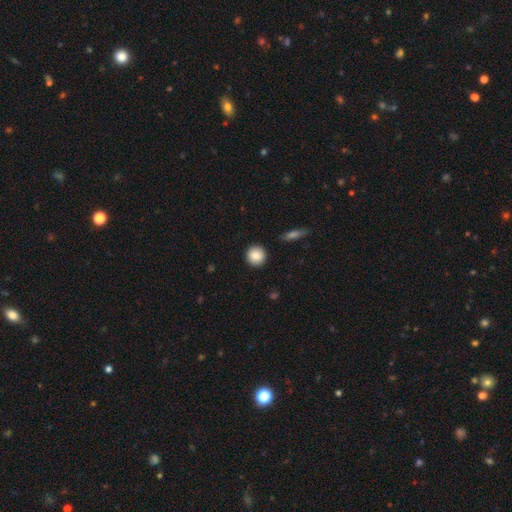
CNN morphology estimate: Smooth or featured? smooth (86%)
How rounded? round (94%)
Merging? none (92%)